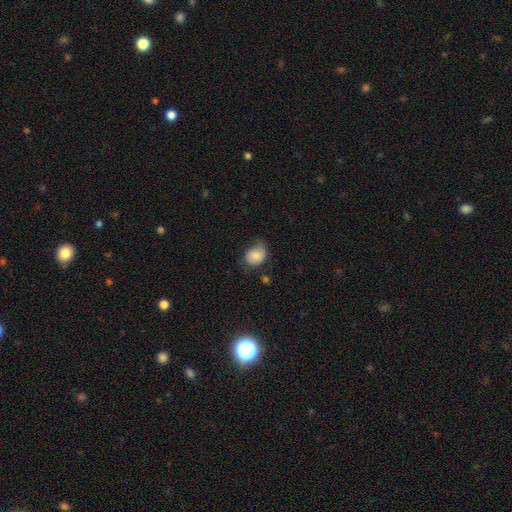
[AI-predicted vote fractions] smooth_or_featured: smooth (p=0.71) [alt: featured or disk p=0.21]
how_rounded: in between (p=0.50) [alt: round p=0.49]
merging: none (p=0.47) [alt: minor disturbance p=0.37]